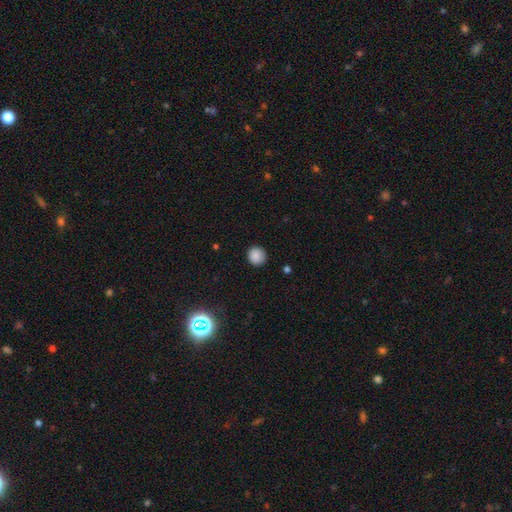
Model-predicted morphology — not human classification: smooth-or-featured: smooth: 87% | star or artifact: 10% | featured or disk: 4%
  how-rounded: round: 91% | in between: 8% | cigar-shaped: 1%
  merging: none: 88% | minor disturbance: 9% | major disturbance: 2% | merger: 1%